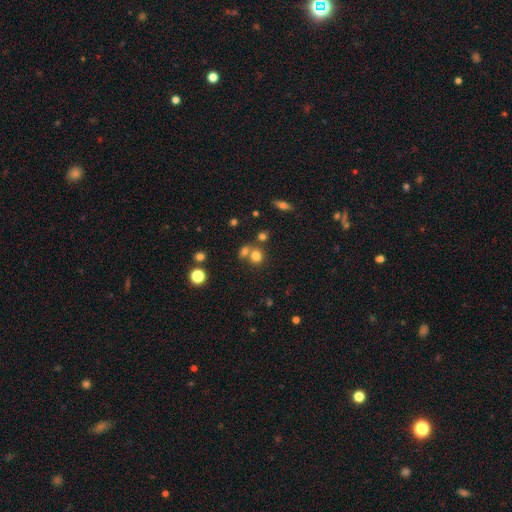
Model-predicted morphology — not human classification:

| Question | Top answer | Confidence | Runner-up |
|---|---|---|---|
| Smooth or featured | smooth | 74% | star or artifact (16%) |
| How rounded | round | 71% | in between (27%) |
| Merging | none | 51% | merger (36%) |